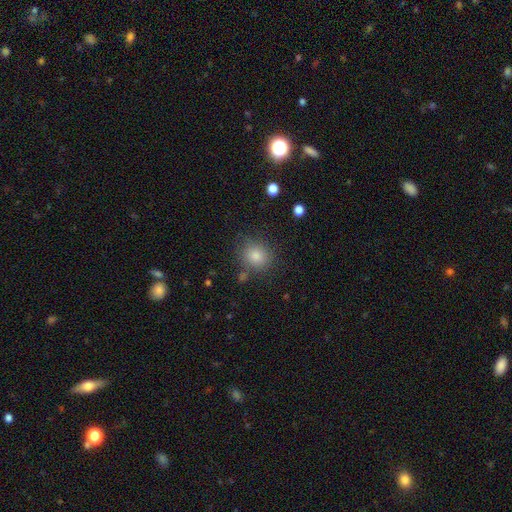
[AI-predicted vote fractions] Morphology: type=smooth (79%); roundness=round (81%); merging=none (83%).